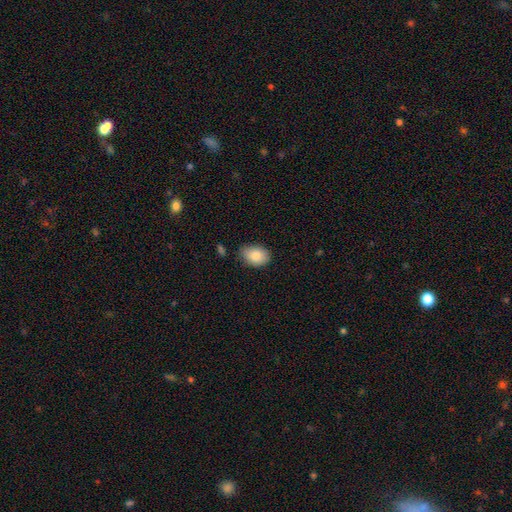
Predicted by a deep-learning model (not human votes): Smooth or featured? smooth (84%)
How rounded? in between (81%)
Merging? none (76%)